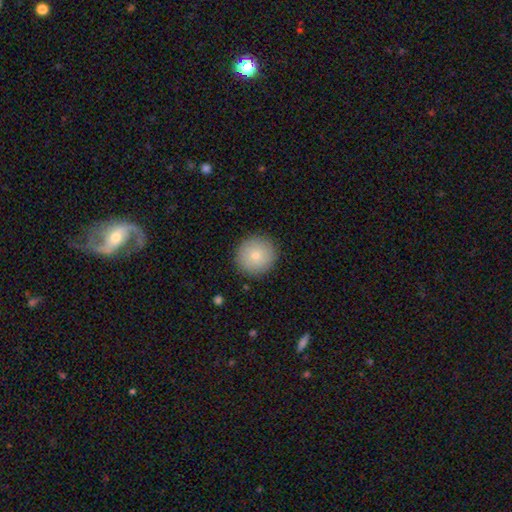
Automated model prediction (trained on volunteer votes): Q: Smooth or featured?
A: smooth (81%); runner-up: featured or disk (11%)
Q: How rounded?
A: round (94%); runner-up: in between (6%)
Q: Merging?
A: none (90%); runner-up: minor disturbance (7%)